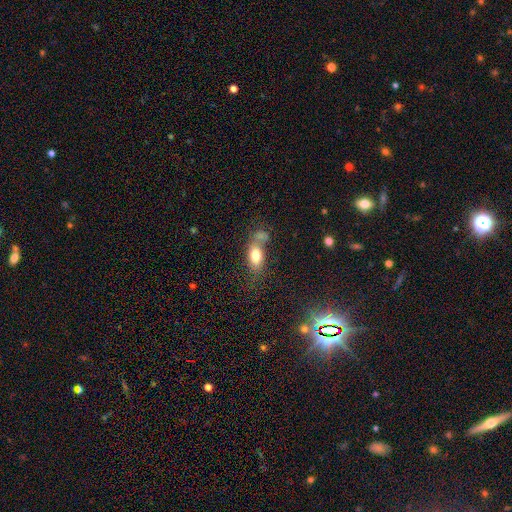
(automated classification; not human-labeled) This appears to be a smooth galaxy with no disk features (75%) that is in between round and cigar-shaped (85%). Merging: none (38%).